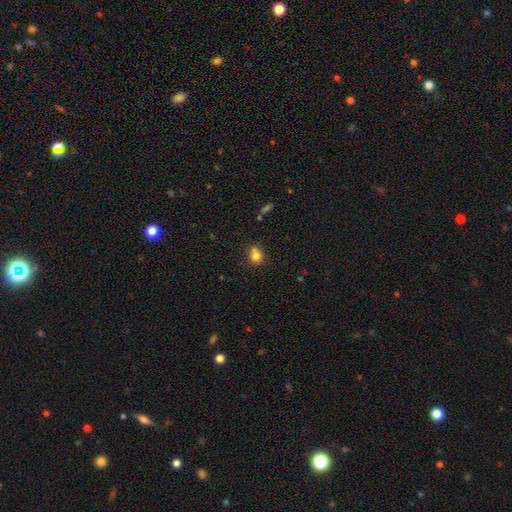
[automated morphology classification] smooth 76%, star or artifact 12%, featured or disk 11%. Down the decision tree: how rounded — round (75%); merging — none (51%).